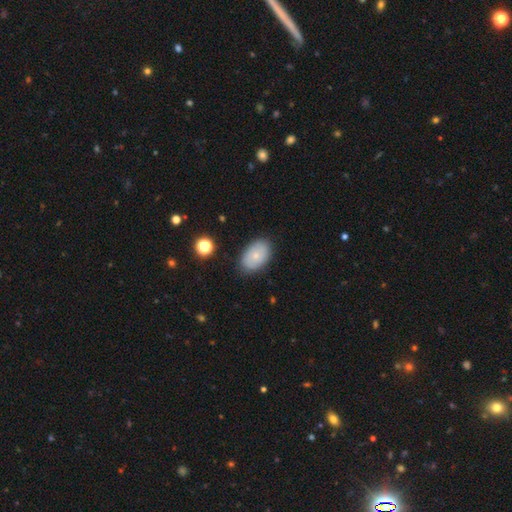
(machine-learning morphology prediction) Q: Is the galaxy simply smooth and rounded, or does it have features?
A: smooth — 71%.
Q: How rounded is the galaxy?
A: in between — 89%.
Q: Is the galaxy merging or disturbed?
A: none — 83%.